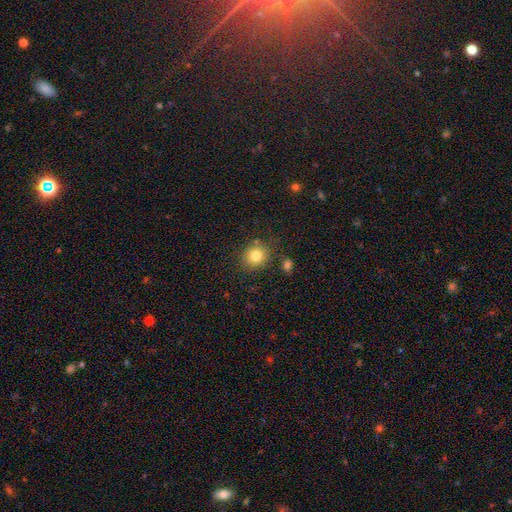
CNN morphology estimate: smooth 80%, star or artifact 11%, featured or disk 8%. Down the decision tree: how rounded — round (76%); merging — none (82%).